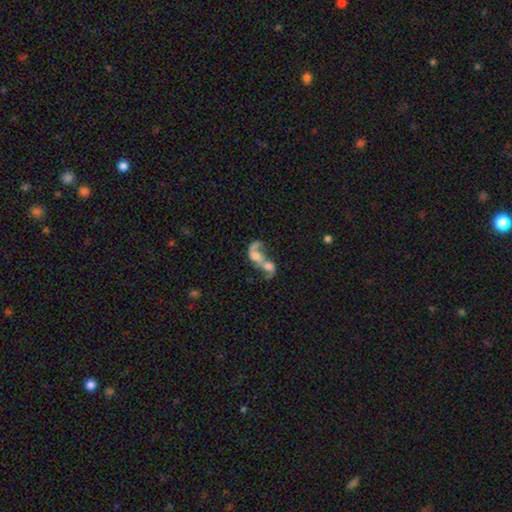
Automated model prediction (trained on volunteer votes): smooth_or_featured: featured or disk (p=0.62) [alt: smooth p=0.28]
disk_edge_on: no (p=0.96) [alt: yes p=0.04]
bar: no (p=0.65) [alt: weak p=0.27]
has_spiral_arms: yes (p=0.69) [alt: no p=0.31]
bulge_size: moderate (p=0.37) [alt: small p=0.24]
merging: merger (p=0.75) [alt: major disturbance p=0.11]